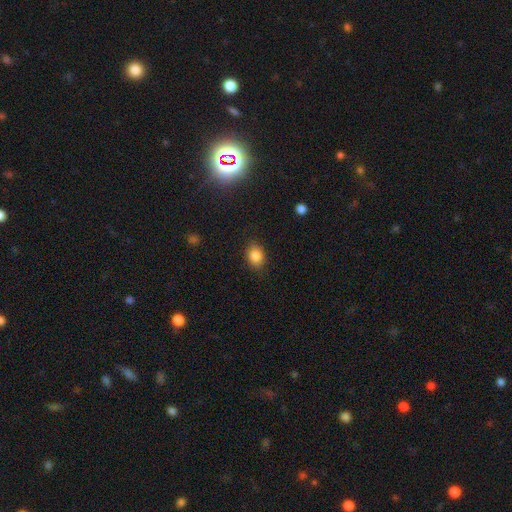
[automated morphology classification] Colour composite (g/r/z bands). It shows a smooth galaxy with no disk features (86%) that is in between round and cigar-shaped (64%). Merging: none (84%).